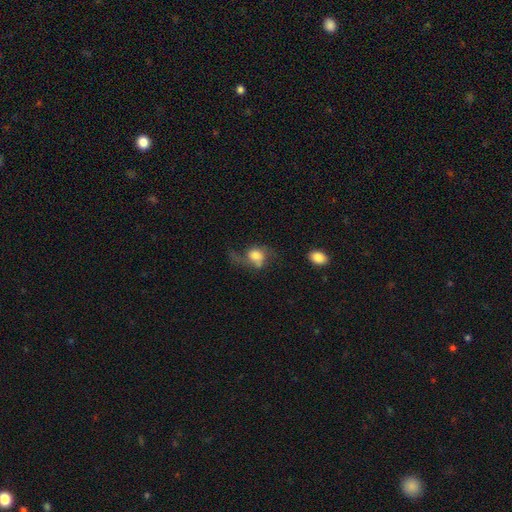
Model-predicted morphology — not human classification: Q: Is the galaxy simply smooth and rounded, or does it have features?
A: smooth — 53%.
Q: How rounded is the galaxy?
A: round — 51%.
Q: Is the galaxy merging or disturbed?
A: major disturbance — 42%.